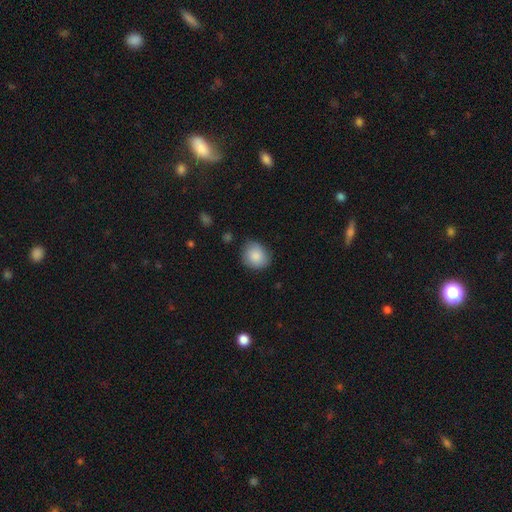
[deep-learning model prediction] This is clearly a smooth galaxy (87%). How rounded: likely round (73%). Merging: likely none (78%).